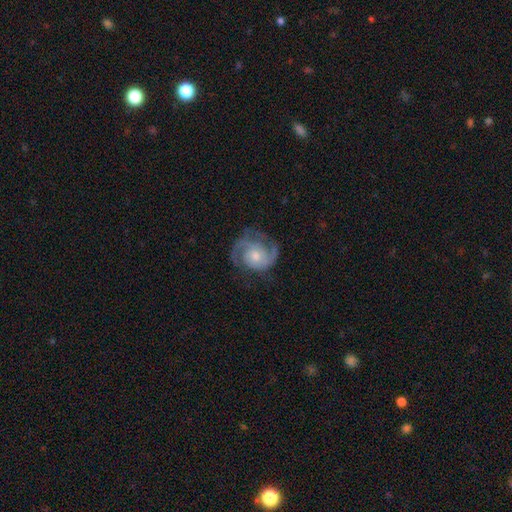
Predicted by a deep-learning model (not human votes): Smooth or featured: featured or disk — 83% (smooth — 12%)
Edge-on disk: no — 98% (yes — 2%)
Bar: no — 71% (weak — 25%)
Spiral arms: yes — 95% (no — 5%)
Spiral winding: tight — 45% (medium — 42%)
Spiral arm count: 2 — 63% (3 — 13%)
Bulge size: moderate — 53% (small — 35%)
Merging: none — 66% (minor disturbance — 20%)